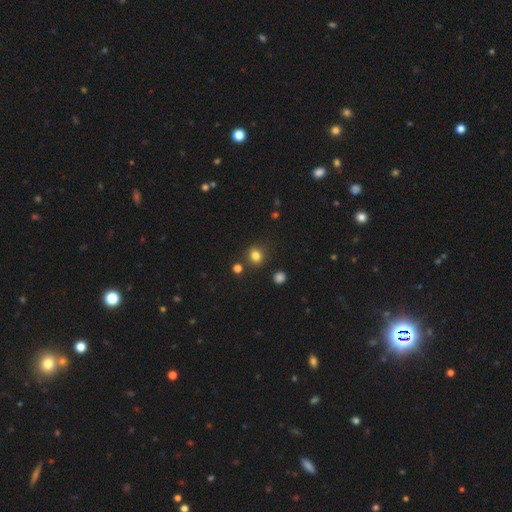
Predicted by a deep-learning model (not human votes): This appears to be a smooth galaxy with no disk features (81%) that is round (79%). Merging: none (84%).